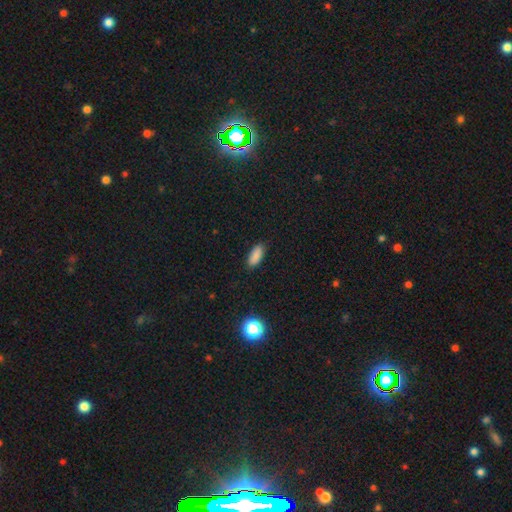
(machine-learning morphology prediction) smooth-or-featured: smooth: 87% | star or artifact: 9% | featured or disk: 4%
  how-rounded: in between: 84% | cigar-shaped: 14% | round: 2%
  merging: none: 87% | minor disturbance: 10% | major disturbance: 2% | merger: 1%